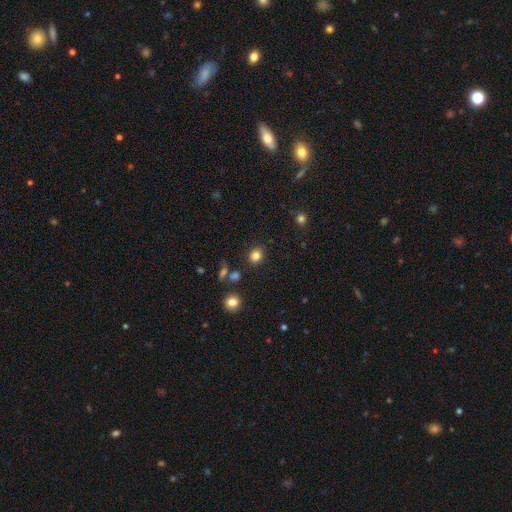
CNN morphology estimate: This appears to be a smooth galaxy with no disk features (82%) that is round (61%). Merging: none (83%).